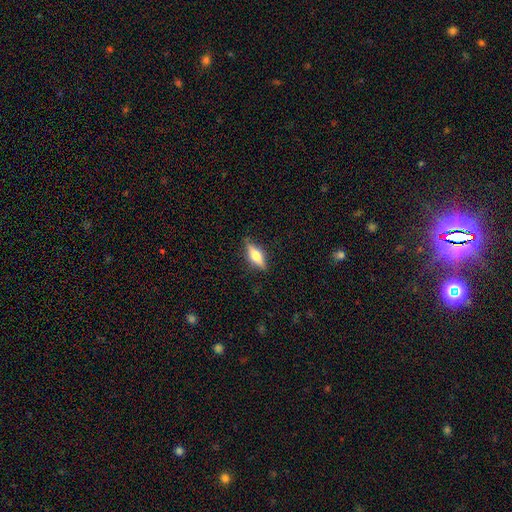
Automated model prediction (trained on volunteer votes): This is possibly a smooth galaxy (50%). How rounded: possibly in between (59%). Merging: clearly none (82%).